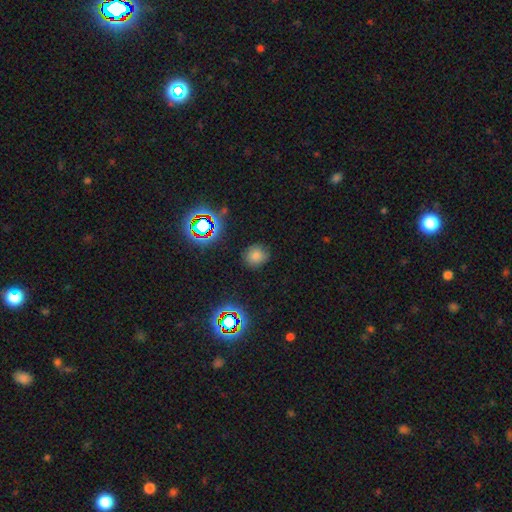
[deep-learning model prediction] smooth 72%, star or artifact 21%, featured or disk 7%. Down the decision tree: how rounded — round (86%); merging — none (84%).